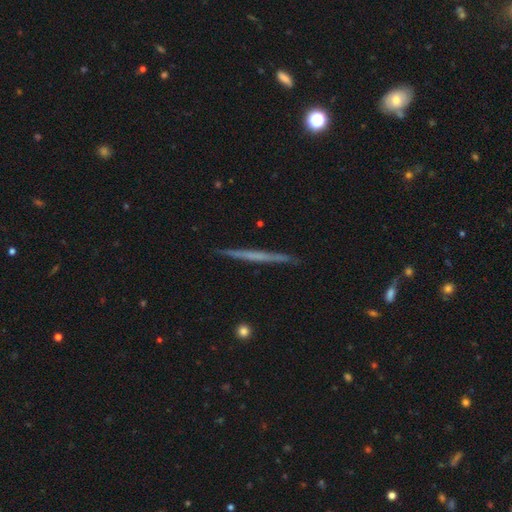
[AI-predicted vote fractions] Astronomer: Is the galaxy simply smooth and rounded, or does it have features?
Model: featured or disk — 59% (runner-up: smooth, 36%).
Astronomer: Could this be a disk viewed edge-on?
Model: yes — 98%.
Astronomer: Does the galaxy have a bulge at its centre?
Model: none — 87%.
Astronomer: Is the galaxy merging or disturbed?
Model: none — 91%.